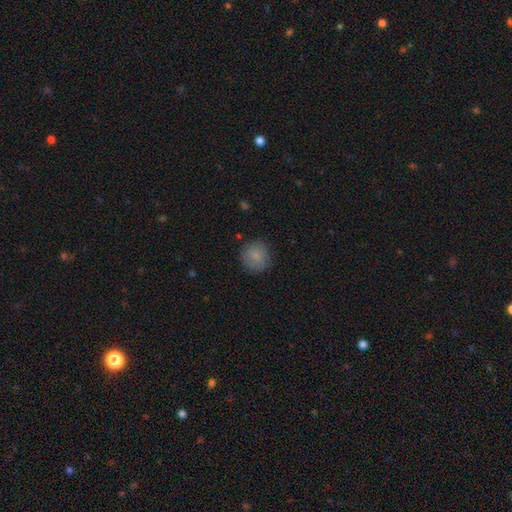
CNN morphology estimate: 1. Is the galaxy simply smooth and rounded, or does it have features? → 83% smooth, 9% star or artifact, 8% featured or disk.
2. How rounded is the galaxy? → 91% round, 8% in between, 1% cigar-shaped.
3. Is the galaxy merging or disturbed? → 82% none, 13% minor disturbance, 3% major disturbance, 1% merger.